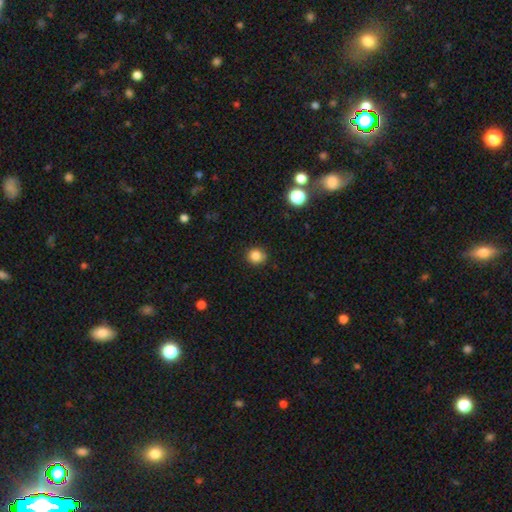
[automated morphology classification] This is clearly a smooth galaxy (84%). How rounded: clearly round (84%). Merging: clearly none (86%).